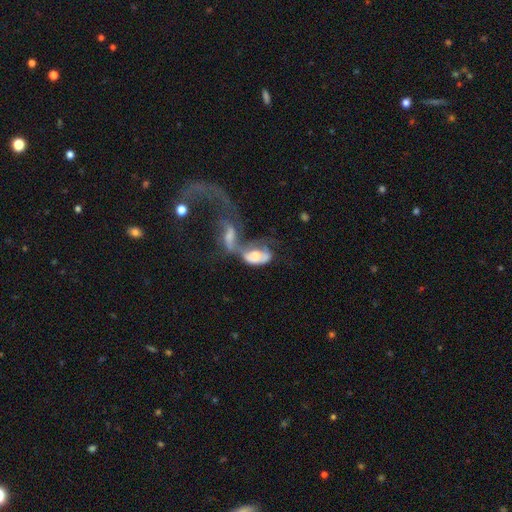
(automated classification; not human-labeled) This is possibly a featured or disk galaxy (54%). It is clearly not viewed edge-on (92%). Merging: likely merger (71%).